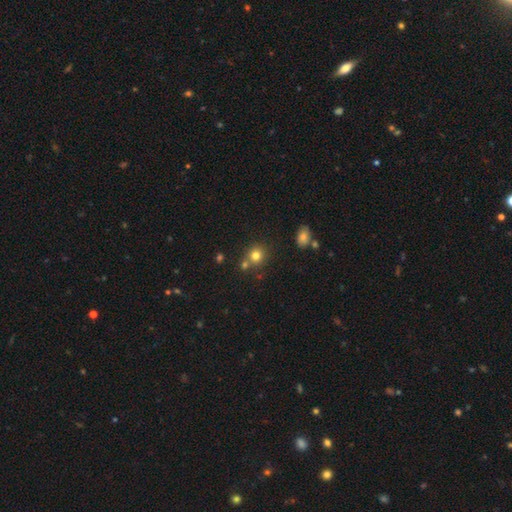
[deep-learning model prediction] The model was most divided on "merging": none: 66%, merger: 23%, minor disturbance: 9%, major disturbance: 3%. More confident: how rounded — round (87%); smooth or featured — smooth (77%).